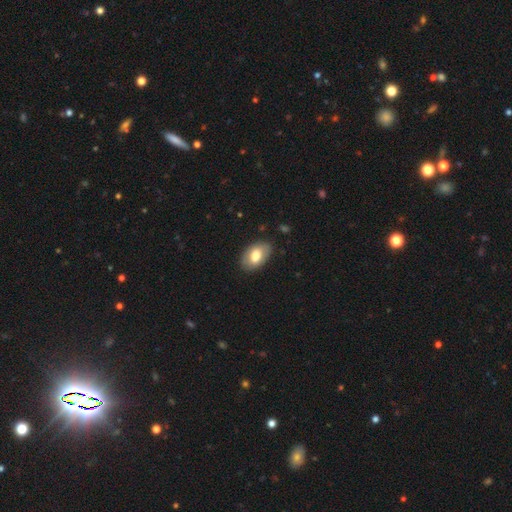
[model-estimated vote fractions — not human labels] This appears to be a smooth galaxy with no disk features (73%) that is in between round and cigar-shaped (91%). Merging: none (83%).